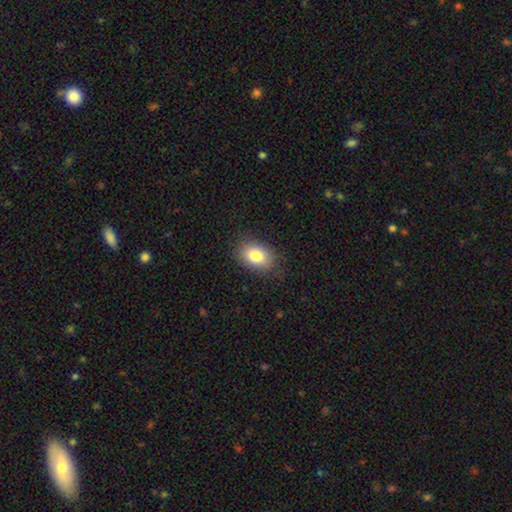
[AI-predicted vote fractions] Smooth or featured? Predicted: smooth (p=0.81). How rounded? Predicted: in between (p=0.80). Merging? Predicted: none (p=0.84).